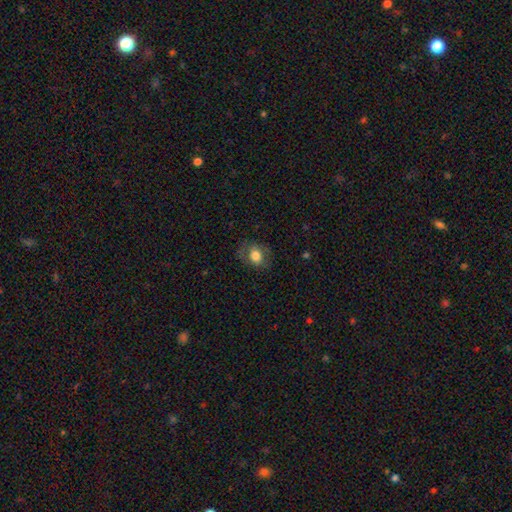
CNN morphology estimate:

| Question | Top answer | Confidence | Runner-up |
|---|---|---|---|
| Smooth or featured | smooth | 72% | featured or disk (19%) |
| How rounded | in between | 55% | round (43%) |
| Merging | none | 71% | minor disturbance (18%) |